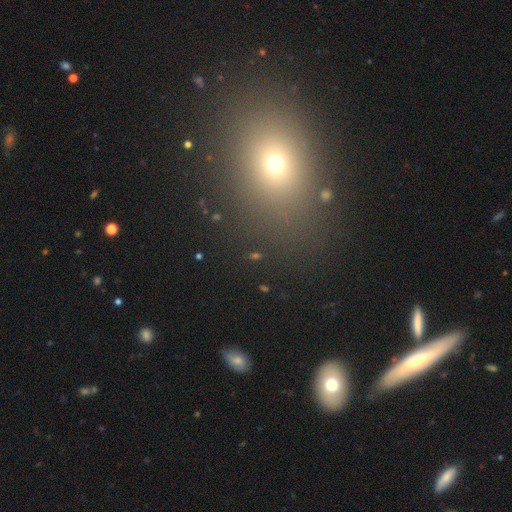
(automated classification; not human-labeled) smooth 45%, star or artifact 42%, featured or disk 13%. Down the decision tree: merging — none (78%).